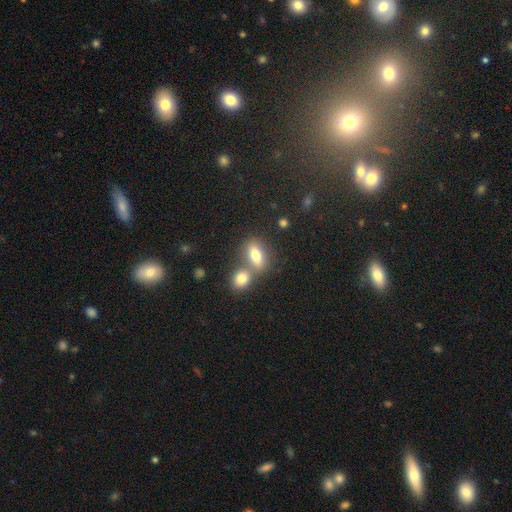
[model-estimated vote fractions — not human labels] smooth_or_featured: smooth (p=0.76) [alt: featured or disk p=0.15]
how_rounded: in between (p=0.79) [alt: round p=0.13]
merging: none (p=0.46) [alt: merger p=0.42]